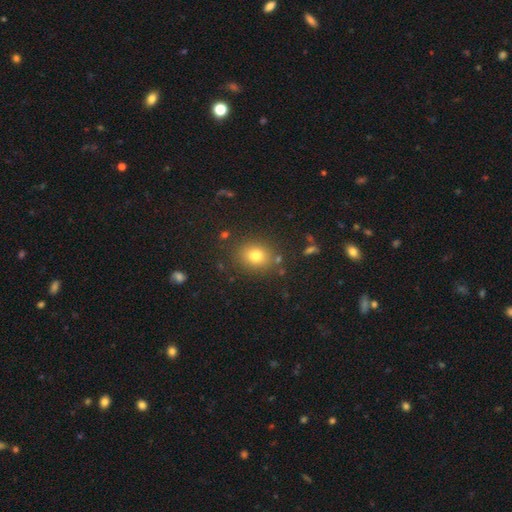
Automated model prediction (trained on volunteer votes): A smooth galaxy with no disk features (77%) that is round (59%). Merging: none (83%).